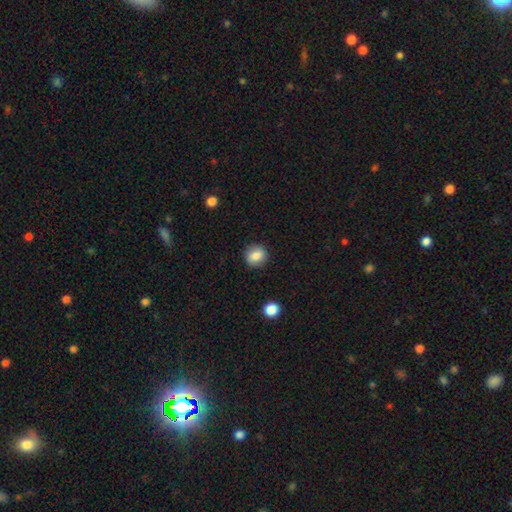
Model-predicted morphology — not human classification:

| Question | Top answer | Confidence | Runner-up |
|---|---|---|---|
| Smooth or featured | smooth | 85% | star or artifact (9%) |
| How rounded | round | 81% | in between (18%) |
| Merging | none | 88% | minor disturbance (8%) |